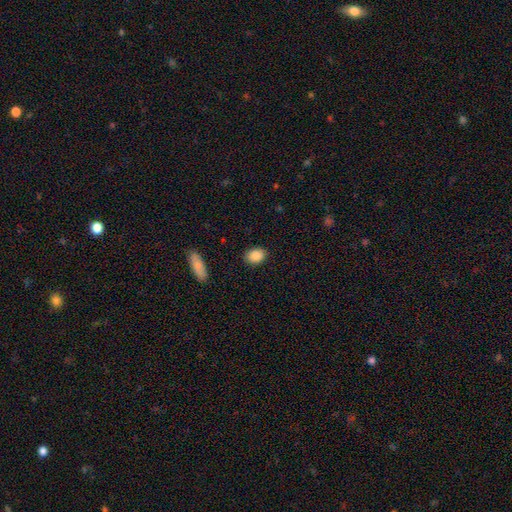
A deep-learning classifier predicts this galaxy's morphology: Smooth or featured? Predicted: smooth (p=0.88). How rounded? Predicted: in between (p=0.70). Merging? Predicted: none (p=0.88).